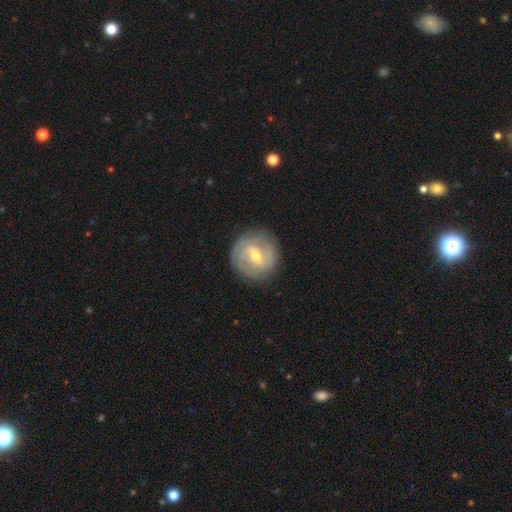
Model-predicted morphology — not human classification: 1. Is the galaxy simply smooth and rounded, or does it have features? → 75% featured or disk, 19% smooth, 6% star or artifact.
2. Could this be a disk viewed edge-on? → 97% no, 3% yes.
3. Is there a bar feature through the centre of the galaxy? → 52% weak, 31% no, 16% strong.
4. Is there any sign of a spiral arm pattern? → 90% yes, 10% no.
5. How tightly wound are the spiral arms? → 55% tight, 35% medium, 10% loose.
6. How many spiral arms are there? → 61% 2, 18% can't tell, 11% 3, 3% 1, 3% 4, 3% more than 4.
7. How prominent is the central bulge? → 49% moderate, 48% small, 2% large, 1% none, 1% dominant.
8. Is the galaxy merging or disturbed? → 86% none, 10% minor disturbance, 3% major disturbance, 1% merger.